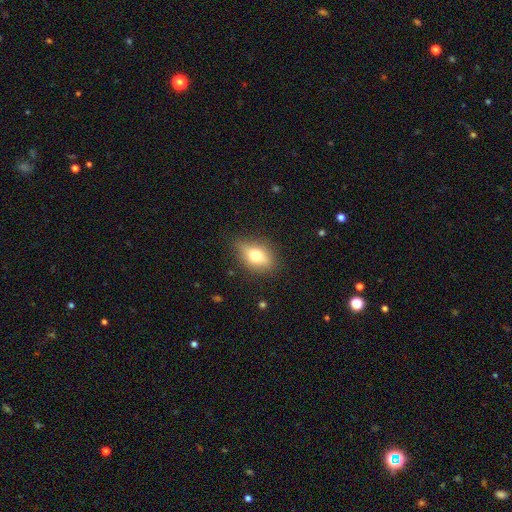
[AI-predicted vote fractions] Smooth or featured: smooth — 64% (featured or disk — 27%)
How rounded: in between — 76% (round — 17%)
Merging: none — 79% (minor disturbance — 16%)